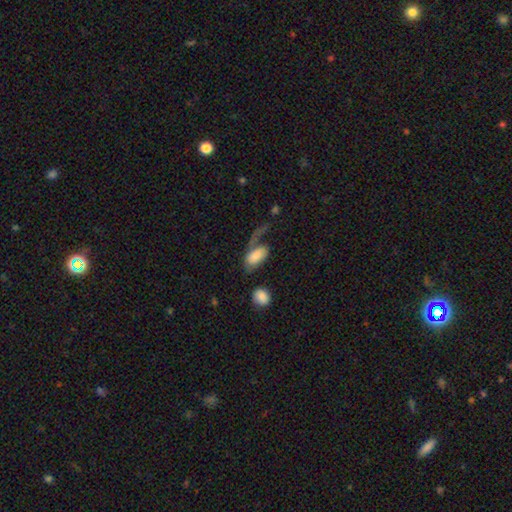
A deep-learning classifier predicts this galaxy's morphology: This is likely a smooth galaxy (64%). How rounded: clearly in between (92%). Merging: possibly major disturbance (53%).